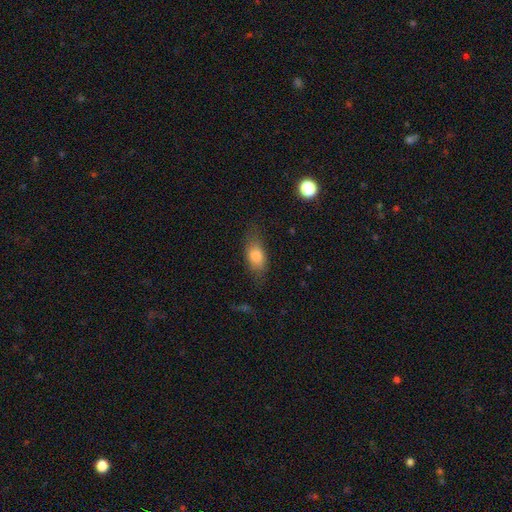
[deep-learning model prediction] smooth_or_featured: smooth (p=0.76) [alt: featured or disk p=0.15]
how_rounded: in between (p=0.80) [alt: cigar-shaped p=0.14]
merging: none (p=0.65) [alt: minor disturbance p=0.22]